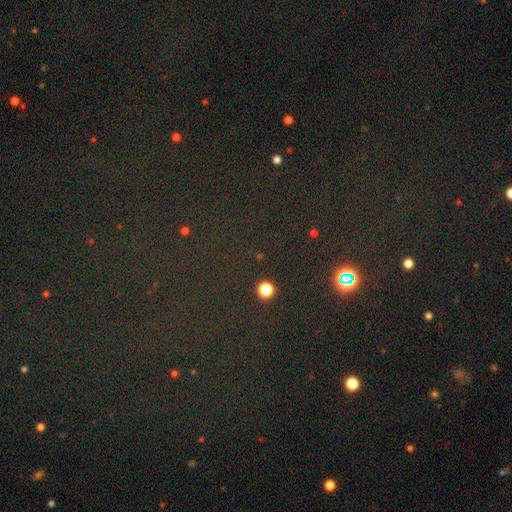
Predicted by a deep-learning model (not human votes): Smooth or featured?
  - star or artifact: 78% *
  - smooth: 15%
  - featured or disk: 7%